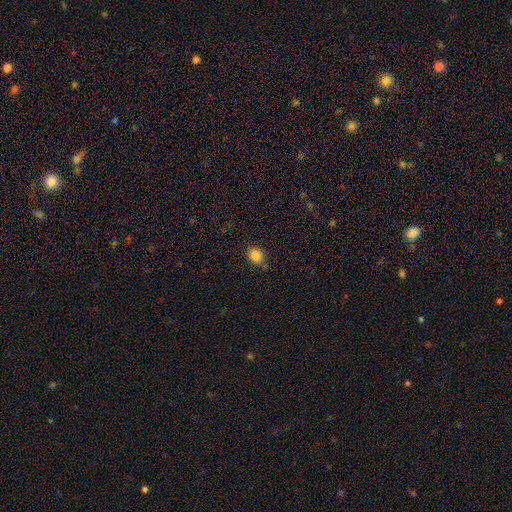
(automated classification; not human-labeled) Smooth or featured?
  - smooth: 85% *
  - star or artifact: 11%
  - featured or disk: 5%
How rounded?
  - in between: 51% *
  - round: 48%
  - cigar-shaped: 1%
Merging?
  - none: 74% *
  - minor disturbance: 19%
  - major disturbance: 4%
  - merger: 3%